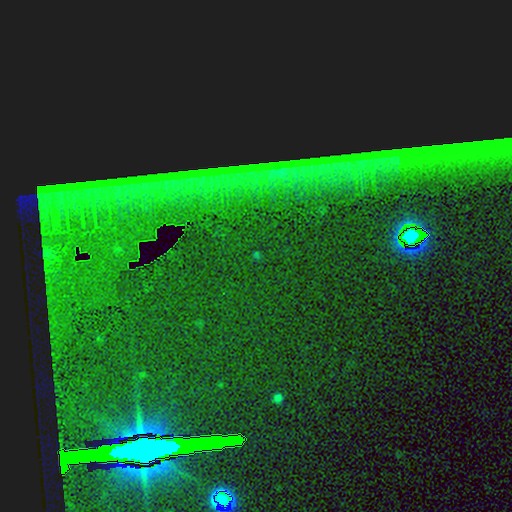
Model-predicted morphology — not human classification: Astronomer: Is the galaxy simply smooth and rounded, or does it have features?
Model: star or artifact — 85%.